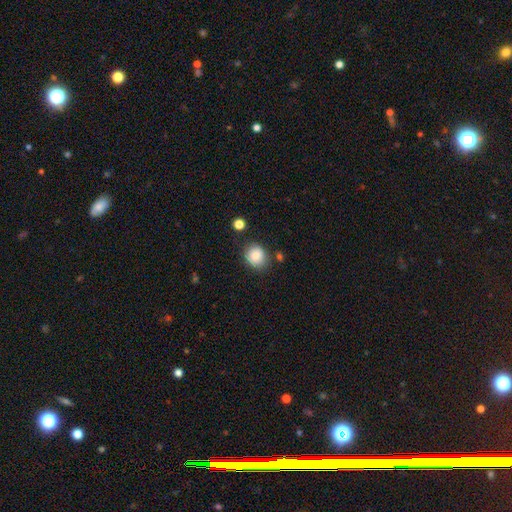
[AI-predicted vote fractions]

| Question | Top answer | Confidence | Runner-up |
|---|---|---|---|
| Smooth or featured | smooth | 85% | star or artifact (9%) |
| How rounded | round | 75% | in between (24%) |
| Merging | none | 78% | minor disturbance (14%) |